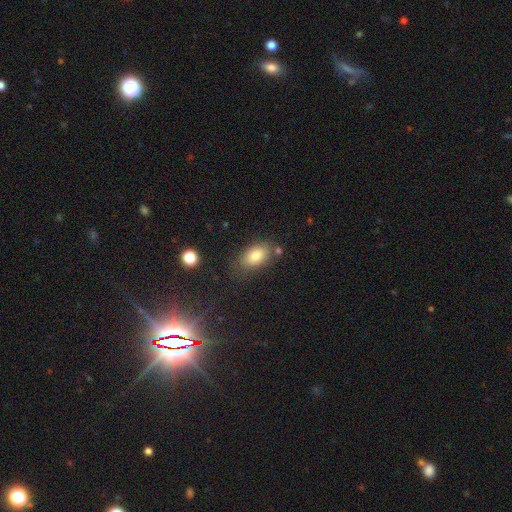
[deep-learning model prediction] smooth_or_featured: smooth (p=0.80) [alt: featured or disk p=0.12]
how_rounded: in between (p=0.89) [alt: round p=0.09]
merging: none (p=0.71) [alt: minor disturbance p=0.18]